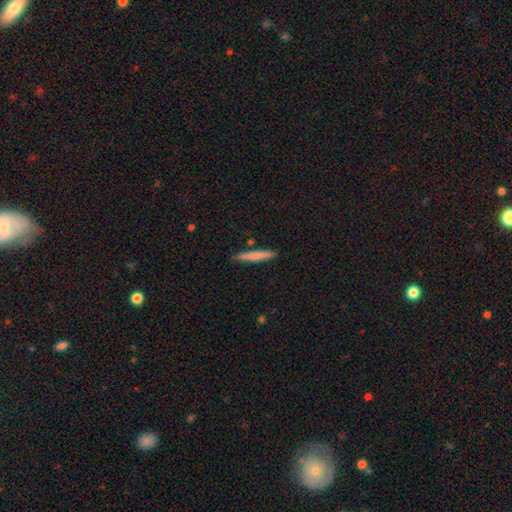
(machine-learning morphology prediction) Overall: smooth (76%). How rounded: cigar-shaped (94%). Merging: none (87%).